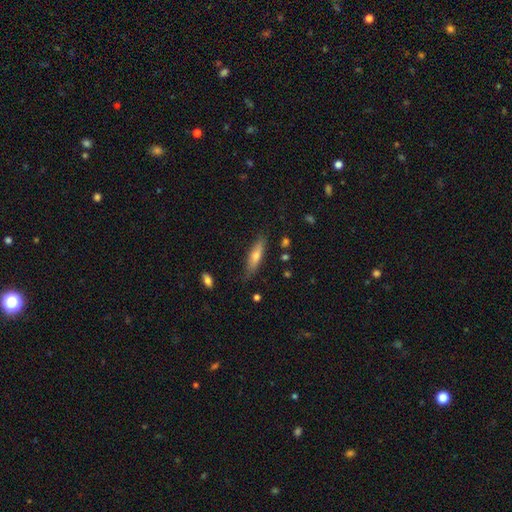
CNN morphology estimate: type=smooth (54%); roundness=cigar-shaped (75%); merging=none (80%).